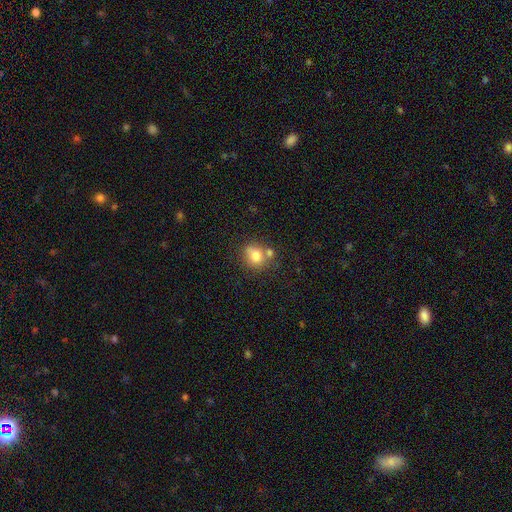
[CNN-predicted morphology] A smooth galaxy with no disk features (76%) that is round (71%).

Vote fractions:
- Smooth or featured? smooth: 76% / featured or disk: 13% / star or artifact: 11%
- How rounded? round: 71% / in between: 28% / cigar-shaped: 1%
- Merging? none: 54% / merger: 26% / minor disturbance: 16% / major disturbance: 5%